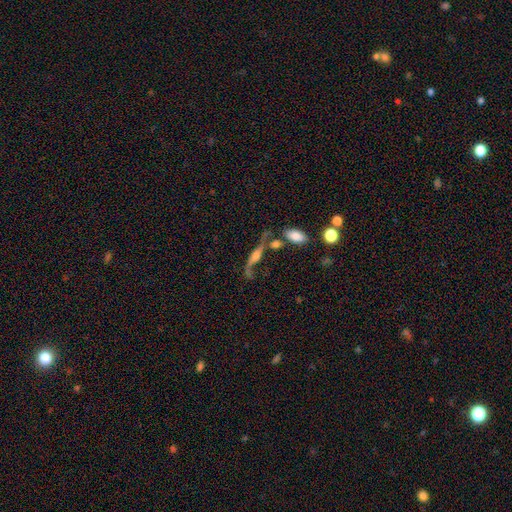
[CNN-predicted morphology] This appears to be a featured or disk galaxy (73%) viewed edge-on (58%). Merging: none (50%).